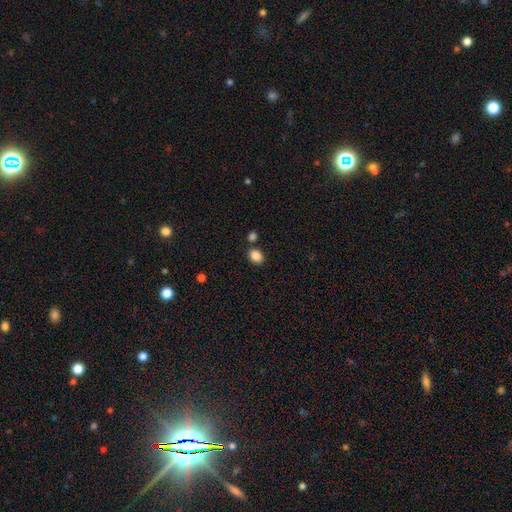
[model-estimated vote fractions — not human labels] Smooth or featured?
  - smooth: 87% *
  - star or artifact: 9%
  - featured or disk: 4%
How rounded?
  - in between: 68% *
  - round: 31%
  - cigar-shaped: 1%
Merging?
  - none: 76% *
  - merger: 11%
  - minor disturbance: 10%
  - major disturbance: 3%